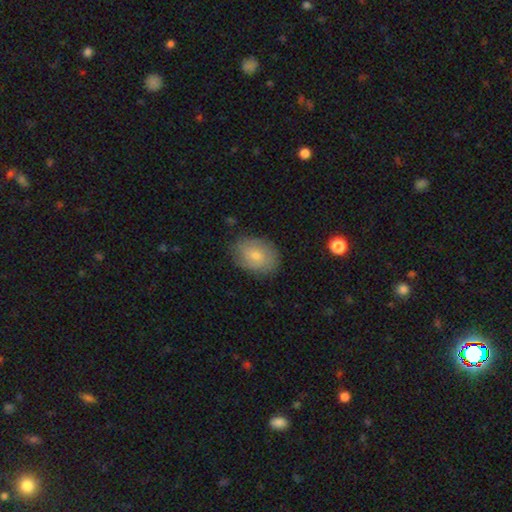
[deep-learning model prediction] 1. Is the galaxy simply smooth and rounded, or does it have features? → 68% smooth, 25% featured or disk, 7% star or artifact.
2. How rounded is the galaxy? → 73% in between, 25% round, 1% cigar-shaped.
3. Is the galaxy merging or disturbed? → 76% none, 18% minor disturbance, 4% major disturbance, 1% merger.